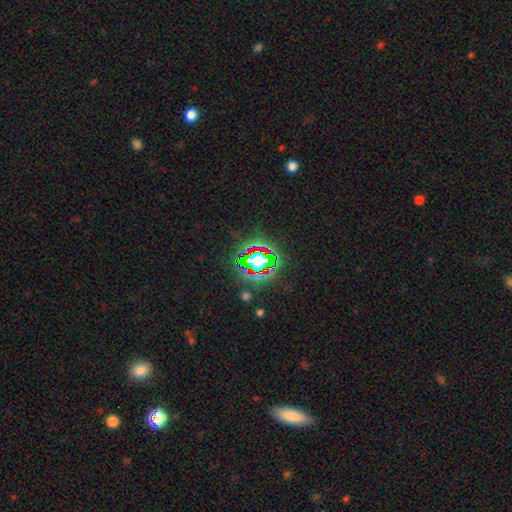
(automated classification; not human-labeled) Overall: star or artifact (78%).